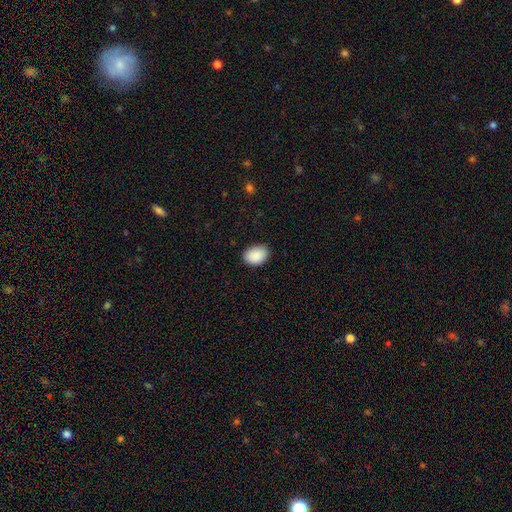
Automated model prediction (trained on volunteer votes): Smooth or featured?
  - smooth: 90% *
  - star or artifact: 7%
  - featured or disk: 3%
How rounded?
  - in between: 78% *
  - round: 21%
  - cigar-shaped: 1%
Merging?
  - none: 85% *
  - minor disturbance: 11%
  - major disturbance: 2%
  - merger: 1%